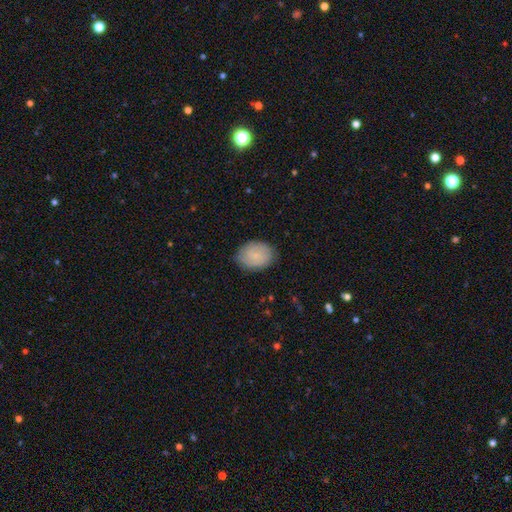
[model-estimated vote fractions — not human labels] Morphology: type=smooth (62%); roundness=in between (70%); merging=none (83%).